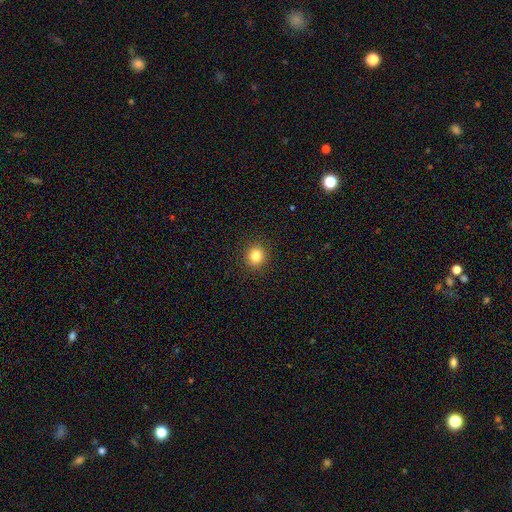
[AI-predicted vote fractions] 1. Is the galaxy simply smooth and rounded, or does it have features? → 83% smooth, 12% star or artifact, 6% featured or disk.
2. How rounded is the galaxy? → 86% round, 13% in between, 1% cigar-shaped.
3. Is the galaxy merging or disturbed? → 92% none, 5% minor disturbance, 2% major disturbance, 1% merger.